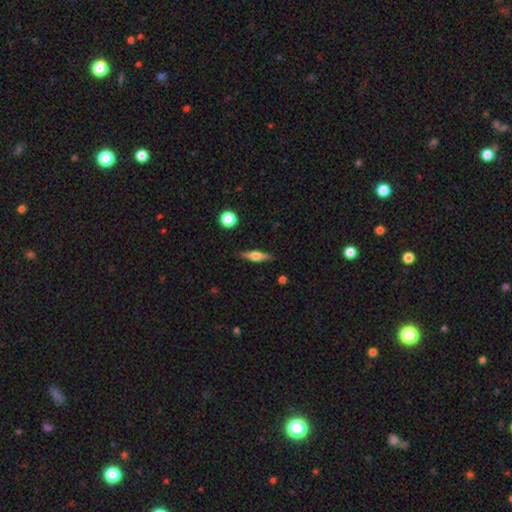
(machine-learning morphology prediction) featured or disk 54%, smooth 40%, star or artifact 7%. Down the decision tree: edge-on disk — yes (95%); edge-on bulge — rounded (90%); merging — none (88%).